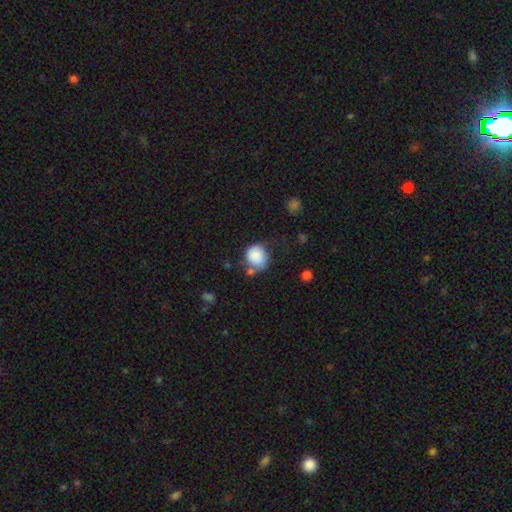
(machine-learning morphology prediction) Overall: smooth (84%). How rounded: round (74%). Merging: none (53%; minor disturbance 26%).